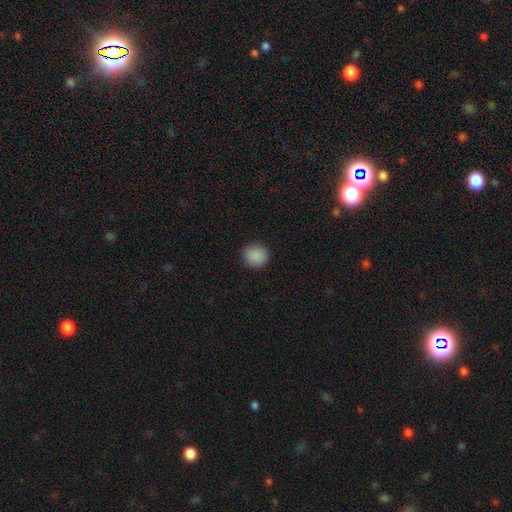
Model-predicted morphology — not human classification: Smooth or featured: smooth — 89% (star or artifact — 8%)
How rounded: round — 89% (in between — 10%)
Merging: none — 91% (minor disturbance — 6%)